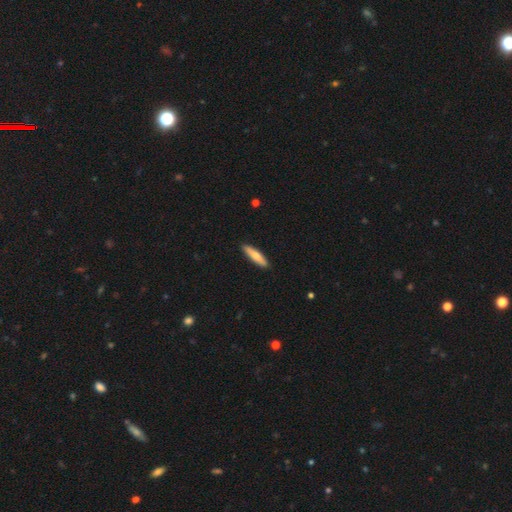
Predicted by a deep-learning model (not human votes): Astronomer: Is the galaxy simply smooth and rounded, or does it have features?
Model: smooth — 71%.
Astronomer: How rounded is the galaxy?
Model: cigar-shaped — 80%.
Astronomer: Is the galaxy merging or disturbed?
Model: none — 90%.